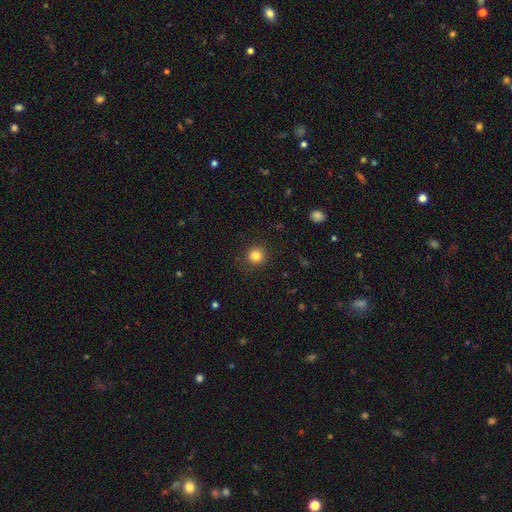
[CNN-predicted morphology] This is clearly a smooth galaxy (83%). How rounded: clearly round (93%). Merging: clearly none (91%).